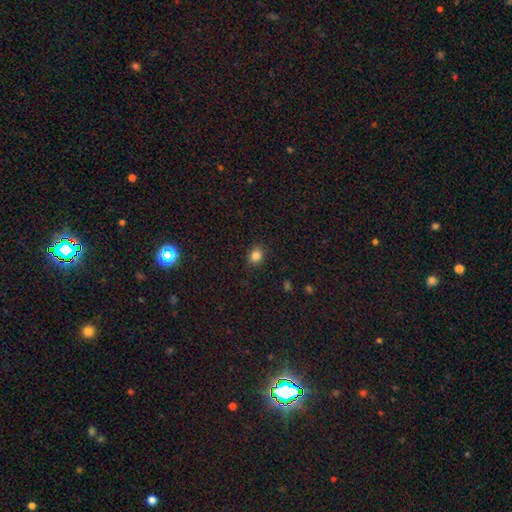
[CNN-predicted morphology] Overall: smooth (83%). How rounded: round (70%). Merging: none (88%).